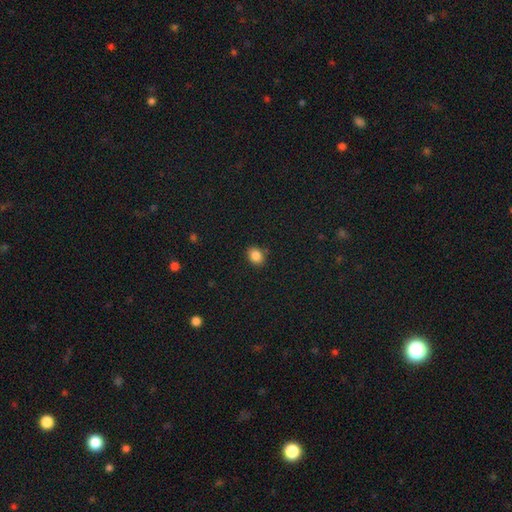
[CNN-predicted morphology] Overall: smooth (85%). How rounded: in between (60%; round 39%). Merging: none (85%).